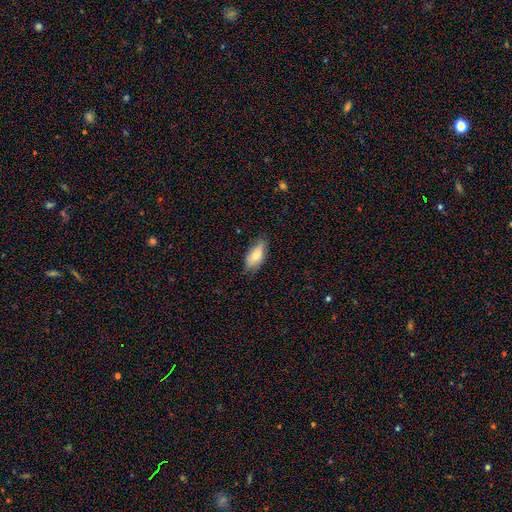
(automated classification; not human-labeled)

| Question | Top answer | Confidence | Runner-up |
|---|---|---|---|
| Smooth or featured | smooth | 73% | featured or disk (20%) |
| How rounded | in between | 89% | cigar-shaped (8%) |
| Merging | none | 69% | minor disturbance (25%) |